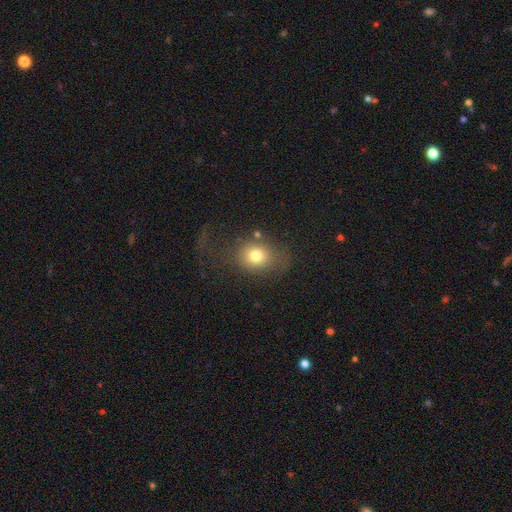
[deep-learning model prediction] Smooth or featured? smooth (75%)
How rounded? round (63%)
Merging? none (52%)